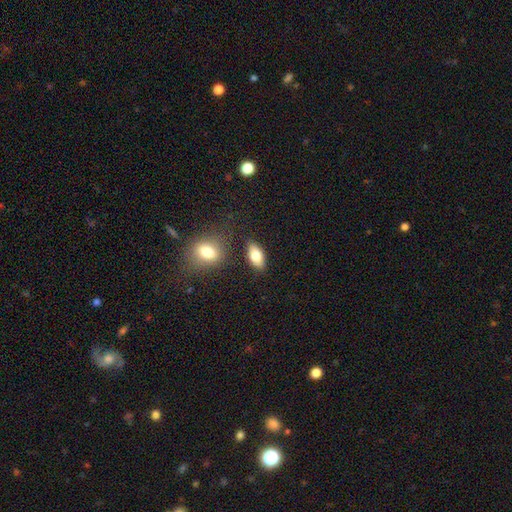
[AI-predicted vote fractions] This is likely a smooth galaxy (79%). How rounded: clearly in between (89%). Merging: clearly none (81%).